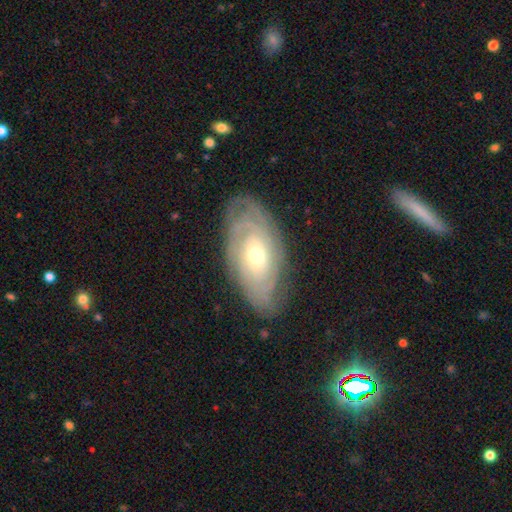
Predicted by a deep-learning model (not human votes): A featured or disk galaxy (77%) with no bar (75%), tight (78%) spiral arms (88%) and a moderate central bulge (49%). Merging: none (79%).